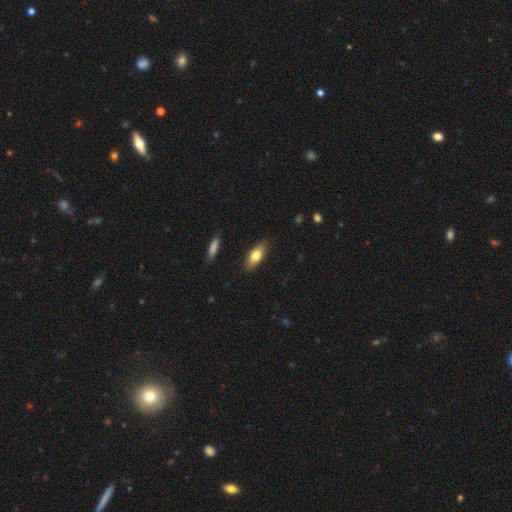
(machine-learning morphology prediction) The model was most divided on "smooth or featured": smooth: 68%, featured or disk: 25%, star or artifact: 7%. More confident: merging — none (86%); how rounded — in between (70%).